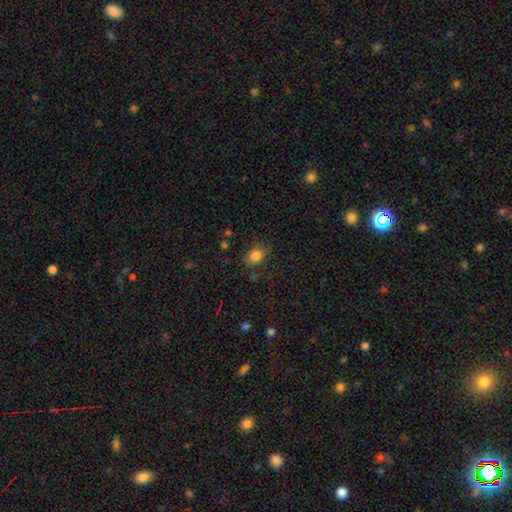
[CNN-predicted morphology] smooth_or_featured: smooth (p=0.82) [alt: star or artifact p=0.11]
how_rounded: in between (p=0.66) [alt: round p=0.32]
merging: none (p=0.75) [alt: minor disturbance p=0.18]